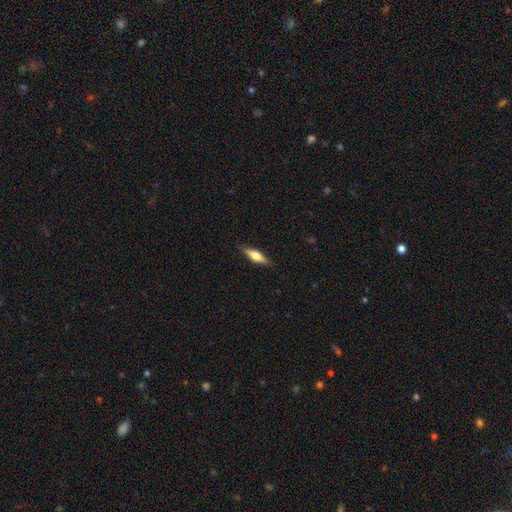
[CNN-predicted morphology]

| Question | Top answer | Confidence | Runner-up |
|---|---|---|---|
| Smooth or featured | featured or disk | 48% | smooth (46%) |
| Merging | none | 88% | minor disturbance (9%) |